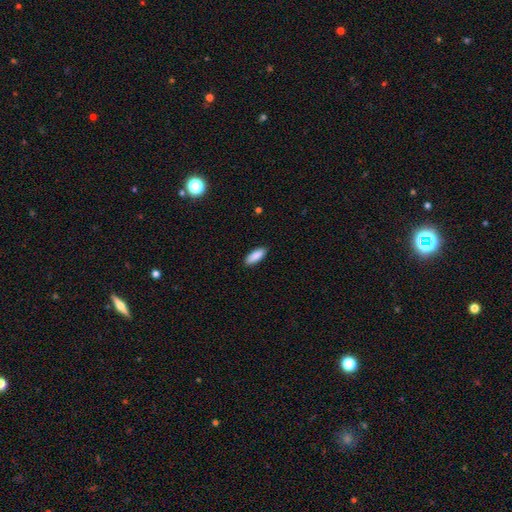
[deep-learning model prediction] Overall: smooth (90%). How rounded: in between (73%). Merging: none (89%).